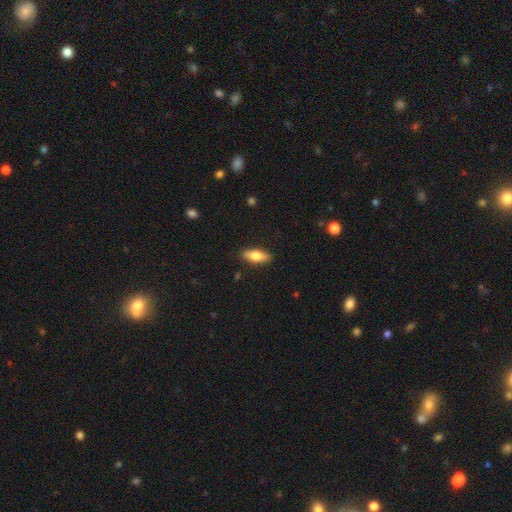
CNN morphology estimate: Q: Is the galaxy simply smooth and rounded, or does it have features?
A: smooth — 71%.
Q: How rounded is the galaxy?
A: in between — 65%.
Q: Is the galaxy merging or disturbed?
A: none — 88%.